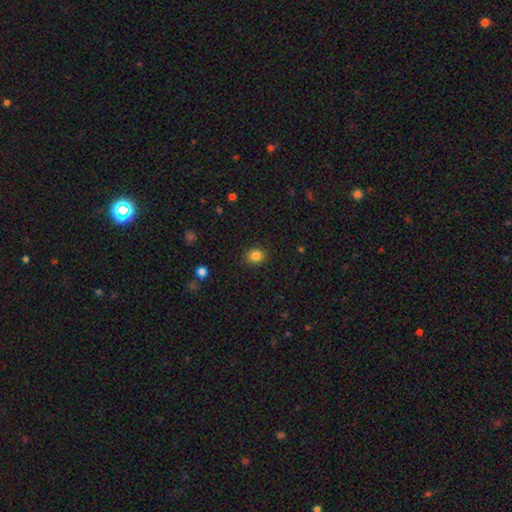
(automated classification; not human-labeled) This is clearly a smooth galaxy (84%). How rounded: likely round (67%). Merging: clearly none (90%).